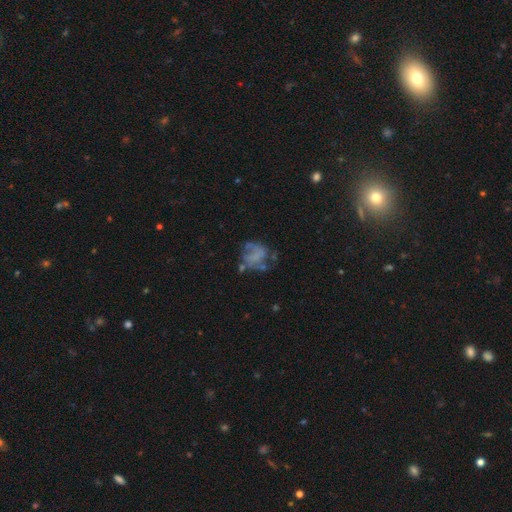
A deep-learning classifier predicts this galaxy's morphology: Overall: featured or disk (57%; smooth 32%). Edge-on disk: no (98%). Bar: no (74%). Spiral arms: yes (52%; no 48%). Bulge size: none (76%). Merging: none (43%; major disturbance 28%).